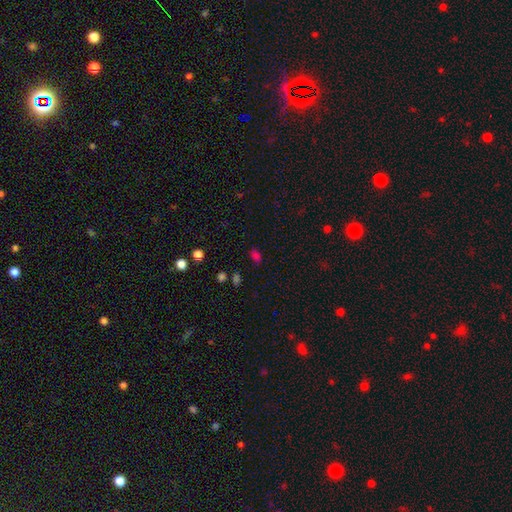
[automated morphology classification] The model was most divided on "smooth or featured": smooth: 65%, star or artifact: 29%, featured or disk: 6%. More confident: how rounded — in between (81%); merging — none (75%).